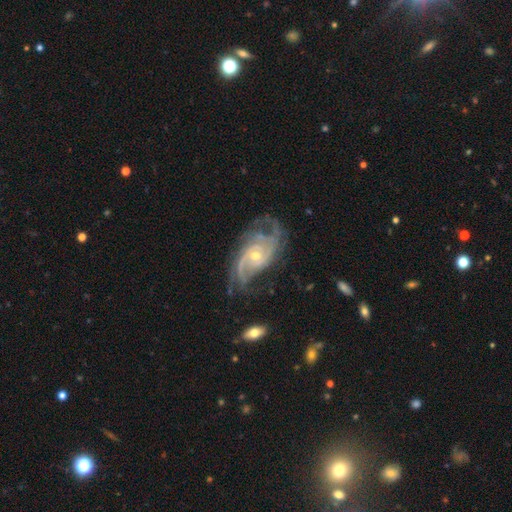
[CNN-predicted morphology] This is clearly a featured or disk galaxy (90%). It is clearly not viewed edge-on (96%). Bar: likely no (67%). Spiral arm pattern: clearly yes (97%). Spiral arm count: marginally 2 (39%). Spiral winding: marginally medium (45%). Central bulge: possibly small (60%). Merging: likely none (64%).